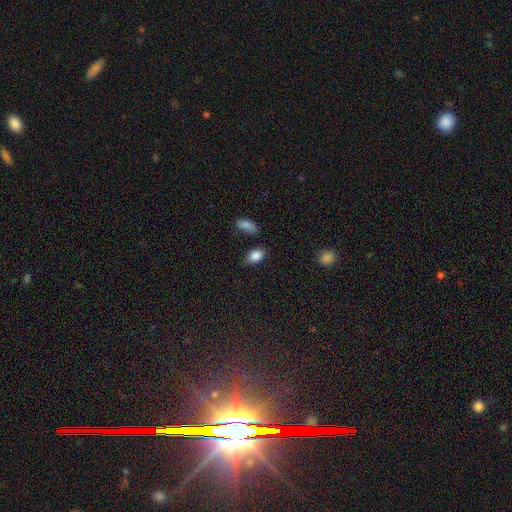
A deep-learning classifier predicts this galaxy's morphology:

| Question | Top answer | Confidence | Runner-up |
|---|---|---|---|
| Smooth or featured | smooth | 85% | star or artifact (8%) |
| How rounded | in between | 86% | round (13%) |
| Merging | none | 73% | minor disturbance (18%) |